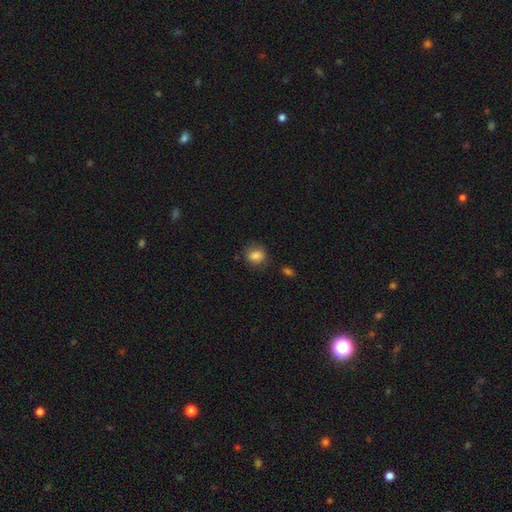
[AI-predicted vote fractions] Q: Smooth or featured?
A: smooth (84%); runner-up: star or artifact (9%)
Q: How rounded?
A: round (55%); runner-up: in between (44%)
Q: Merging?
A: none (73%); runner-up: minor disturbance (19%)